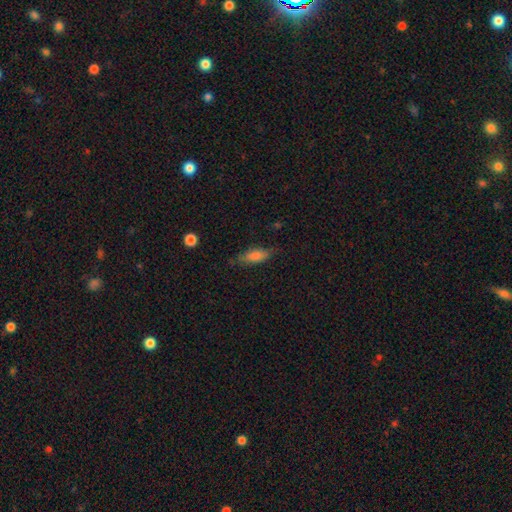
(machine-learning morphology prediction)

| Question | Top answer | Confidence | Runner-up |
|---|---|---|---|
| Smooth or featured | smooth | 76% | featured or disk (16%) |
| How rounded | in between | 67% | cigar-shaped (31%) |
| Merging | none | 69% | minor disturbance (23%) |